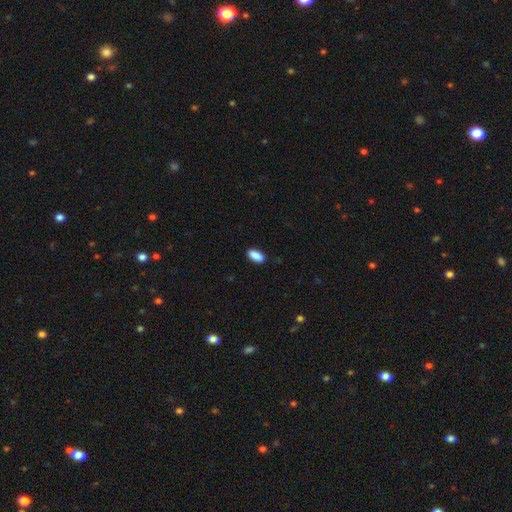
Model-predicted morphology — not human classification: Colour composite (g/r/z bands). It shows a smooth galaxy with no disk features (90%) that is in between round and cigar-shaped (86%). Merging: none (89%).